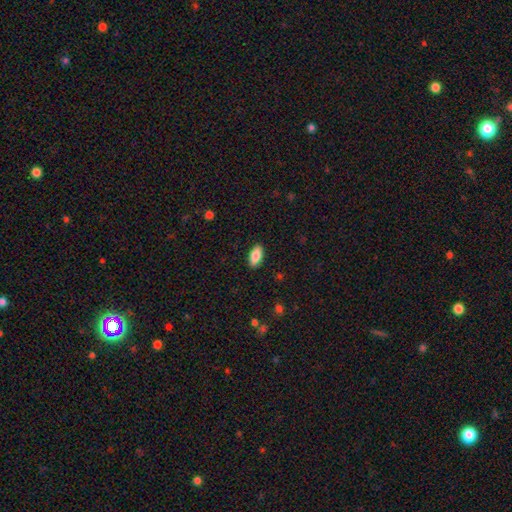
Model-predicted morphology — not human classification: A smooth galaxy with no disk features (85%) that is in between round and cigar-shaped (87%).

Vote fractions:
- Smooth or featured? smooth: 85% / featured or disk: 9% / star or artifact: 7%
- How rounded? in between: 87% / cigar-shaped: 11% / round: 2%
- Merging? none: 89% / minor disturbance: 8% / major disturbance: 2% / merger: 1%